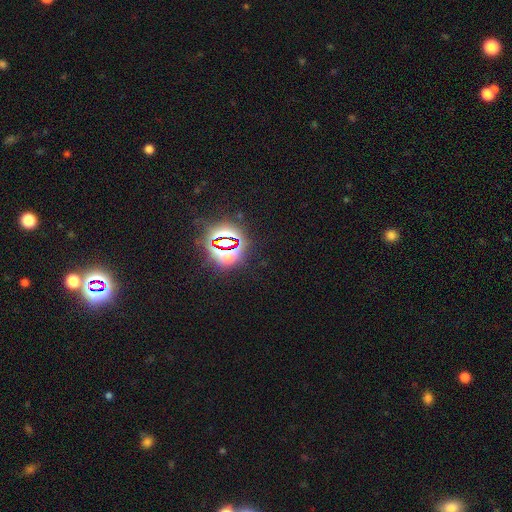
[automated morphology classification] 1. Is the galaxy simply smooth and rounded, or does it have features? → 81% star or artifact, 12% smooth, 7% featured or disk.